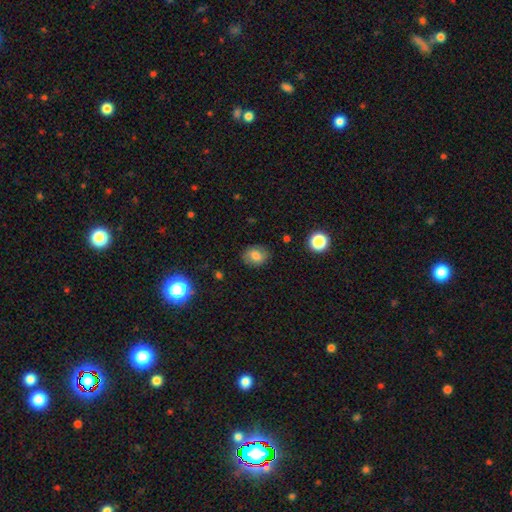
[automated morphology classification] Smooth or featured? Predicted: smooth (p=0.75). How rounded? Predicted: round (p=0.50). Merging? Predicted: none (p=0.82).